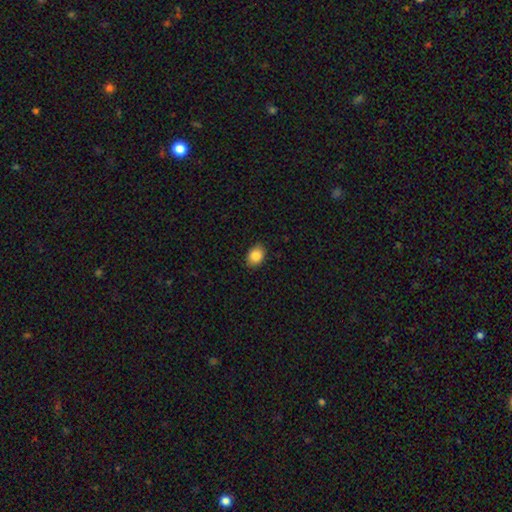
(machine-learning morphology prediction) The model was most divided on "how rounded": in between: 71%, round: 28%, cigar-shaped: 1%. More confident: merging — none (88%); smooth or featured — smooth (86%).